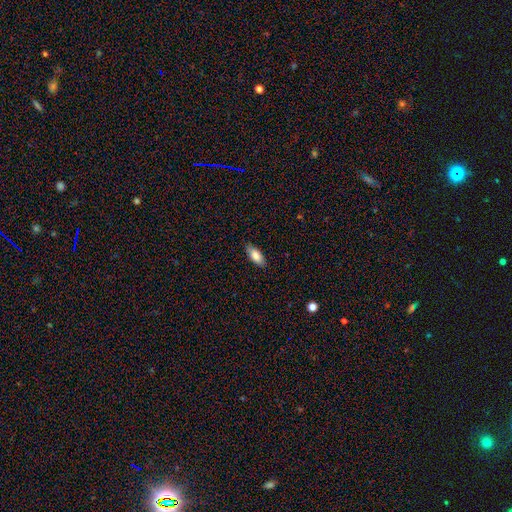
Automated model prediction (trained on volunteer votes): The model was most divided on "how rounded": in between: 82%, cigar-shaped: 16%, round: 2%. More confident: merging — none (85%); smooth or featured — smooth (83%).